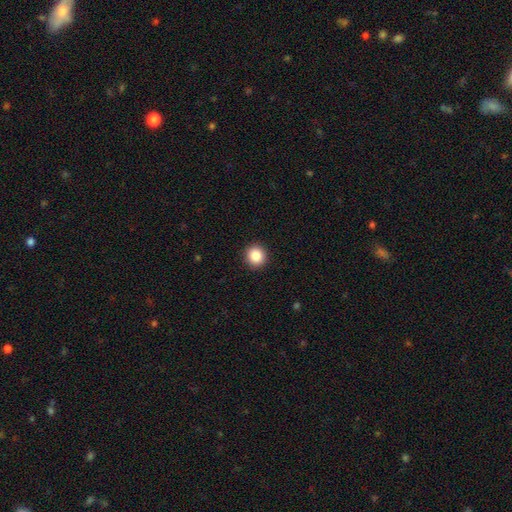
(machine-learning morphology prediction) A smooth galaxy with no disk features (86%) that is round (90%). Merging: none (93%).